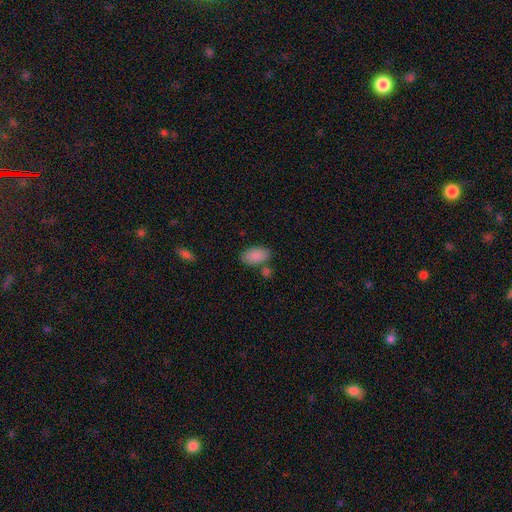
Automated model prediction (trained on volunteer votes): This is clearly a smooth galaxy (88%). How rounded: clearly in between (94%). Merging: likely none (69%).